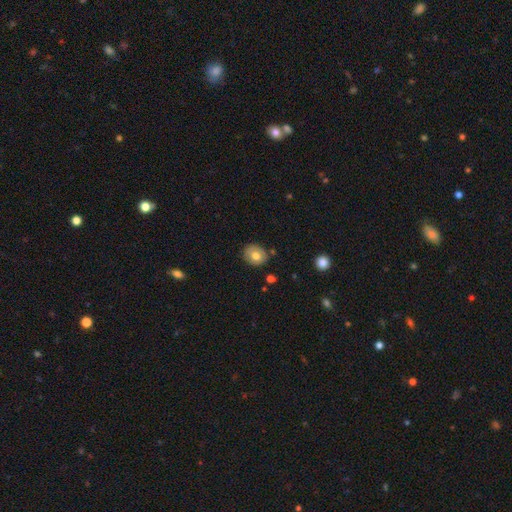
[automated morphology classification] Q: Smooth or featured?
A: smooth (70%); runner-up: featured or disk (21%)
Q: How rounded?
A: round (62%); runner-up: in between (37%)
Q: Merging?
A: none (81%); runner-up: minor disturbance (14%)